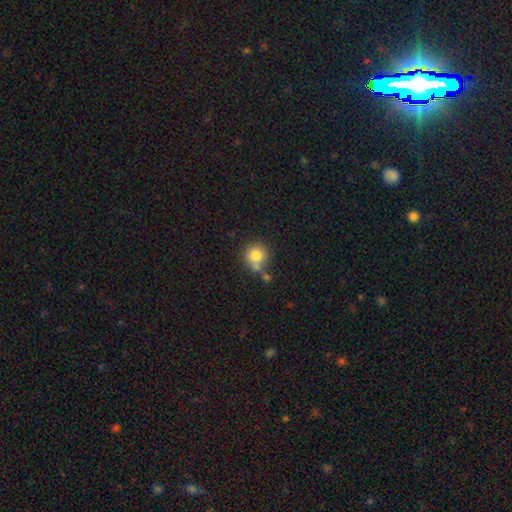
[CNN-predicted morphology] This appears to be a smooth galaxy with no disk features (80%) that is round (91%). Merging: none (61%).